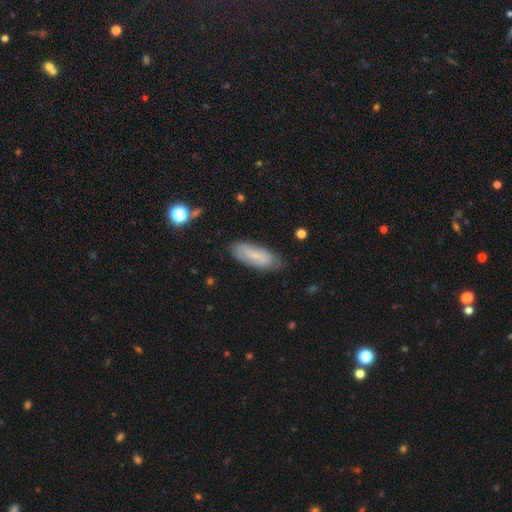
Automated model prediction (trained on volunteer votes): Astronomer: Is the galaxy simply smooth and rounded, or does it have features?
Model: smooth — 63%.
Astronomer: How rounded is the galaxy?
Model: in between — 72%.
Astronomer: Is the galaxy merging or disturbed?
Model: none — 77%.